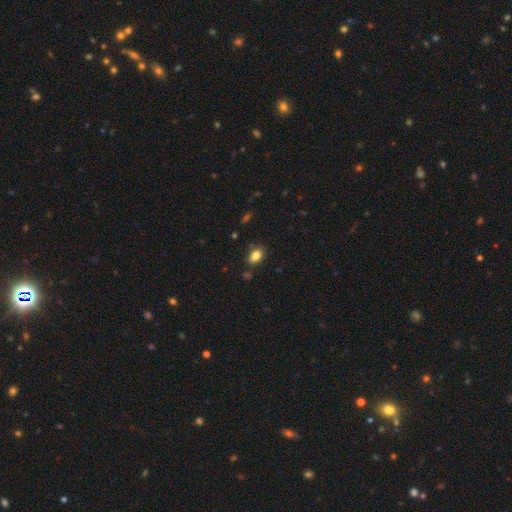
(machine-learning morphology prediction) smooth 83%, star or artifact 10%, featured or disk 7%. Down the decision tree: how rounded — in between (84%); merging — none (80%).